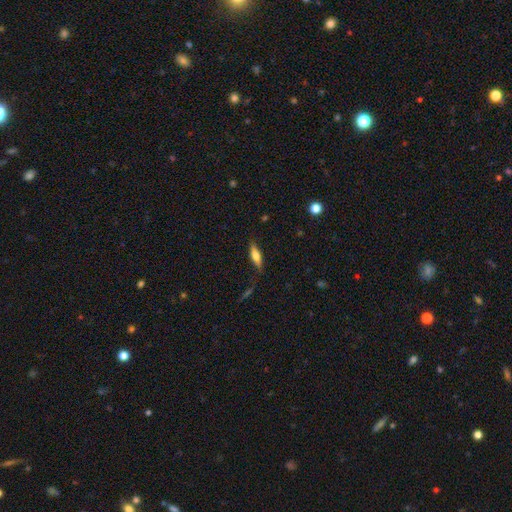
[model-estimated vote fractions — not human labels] smooth 65%, featured or disk 27%, star or artifact 7%. Down the decision tree: how rounded — cigar-shaped (52%); merging — none (79%).